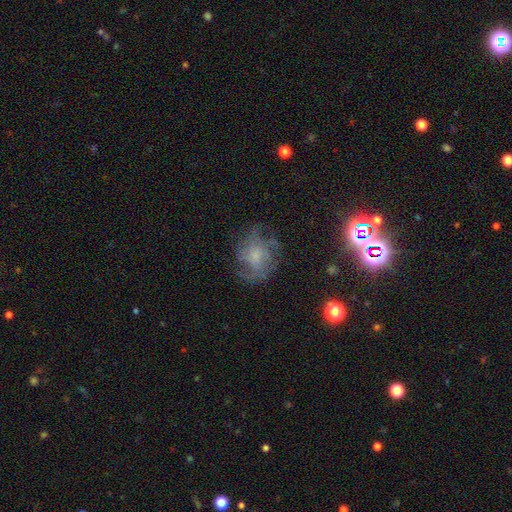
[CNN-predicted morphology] Smooth or featured? Predicted: featured or disk (p=0.61). Edge-on disk? Predicted: no (p=0.97). Bar? Predicted: no (p=0.75). Spiral arms? Predicted: yes (p=0.81). Bulge size? Predicted: small (p=0.45). Merging? Predicted: none (p=0.63).